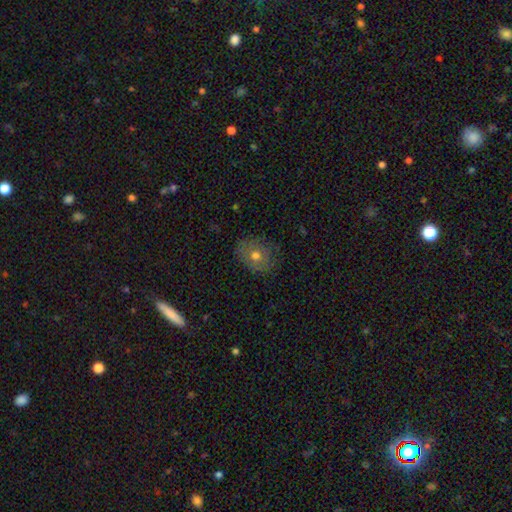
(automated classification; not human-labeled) smooth 63%, featured or disk 26%, star or artifact 11%. Down the decision tree: how rounded — round (57%); merging — none (75%).